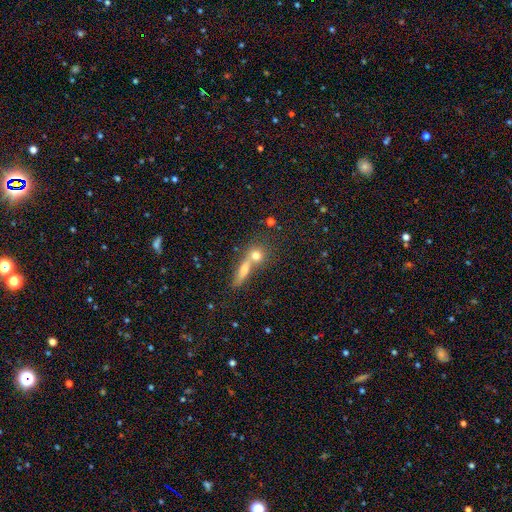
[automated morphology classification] This is likely a smooth galaxy (70%). How rounded: likely round (68%). Merging: marginally merger (44%, tied with none).